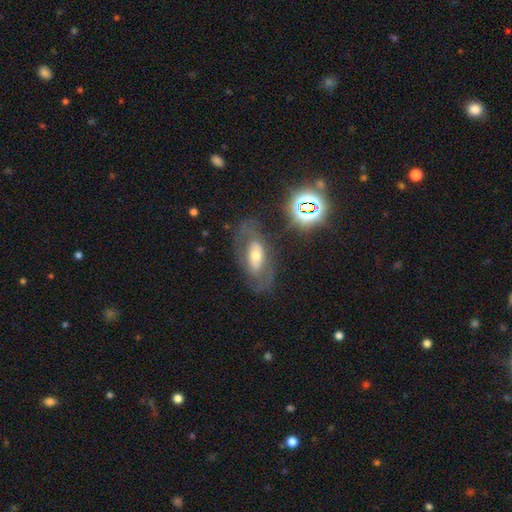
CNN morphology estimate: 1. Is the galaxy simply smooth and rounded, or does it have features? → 62% featured or disk, 26% smooth, 12% star or artifact.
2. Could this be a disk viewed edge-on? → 89% no, 11% yes.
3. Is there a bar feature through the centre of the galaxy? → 57% no, 26% weak, 17% strong.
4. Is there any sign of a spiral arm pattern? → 56% yes, 44% no.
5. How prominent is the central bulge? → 55% moderate, 31% small, 10% large, 2% dominant, 2% none.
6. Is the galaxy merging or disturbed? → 65% none, 17% minor disturbance, 15% major disturbance, 3% merger.